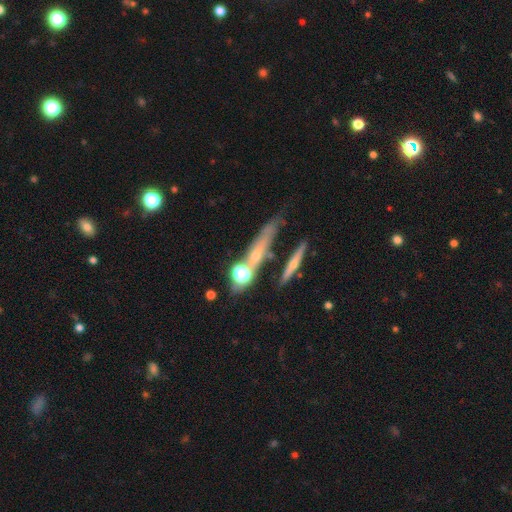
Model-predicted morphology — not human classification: Smooth or featured: smooth — 40% (tied with featured or disk — 40%)
Merging: none — 61% (merger — 16%)